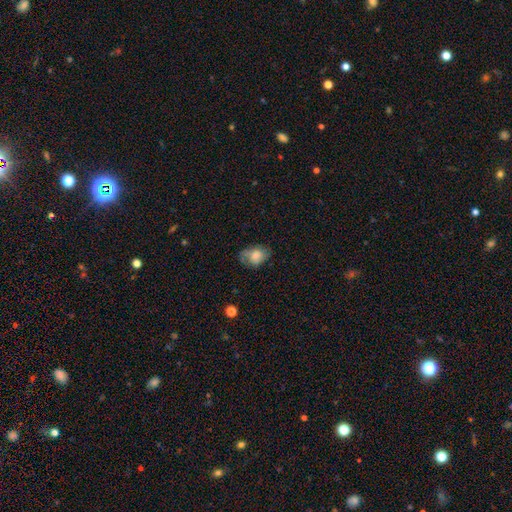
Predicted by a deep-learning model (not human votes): A smooth galaxy with no disk features (62%) that is in between round and cigar-shaped (78%).

Vote fractions:
- Smooth or featured? smooth: 62% / featured or disk: 29% / star or artifact: 9%
- How rounded? in between: 78% / round: 21% / cigar-shaped: 1%
- Merging? none: 53% / minor disturbance: 28% / major disturbance: 16% / merger: 2%